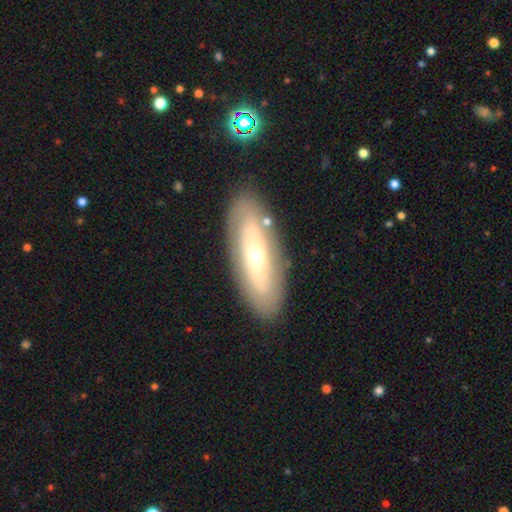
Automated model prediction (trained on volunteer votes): Overall: featured or disk (56%; smooth 37%). Edge-on disk: no (76%). Merging: none (83%).